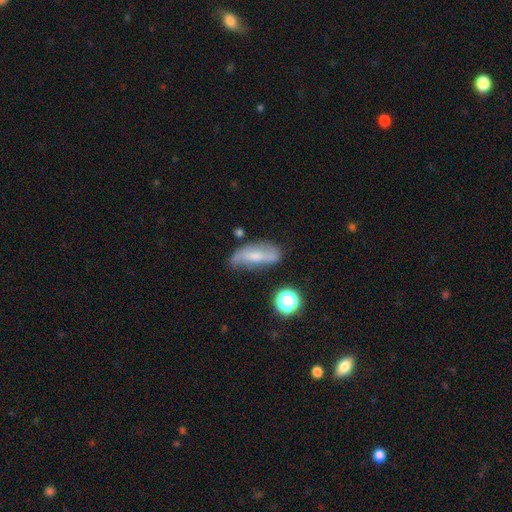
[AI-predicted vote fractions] smooth-or-featured: featured or disk: 51% | smooth: 39% | star or artifact: 10%
  disk-edge-on: no: 80% | yes: 20%
  merging: none: 57% | minor disturbance: 28% | major disturbance: 10% | merger: 5%